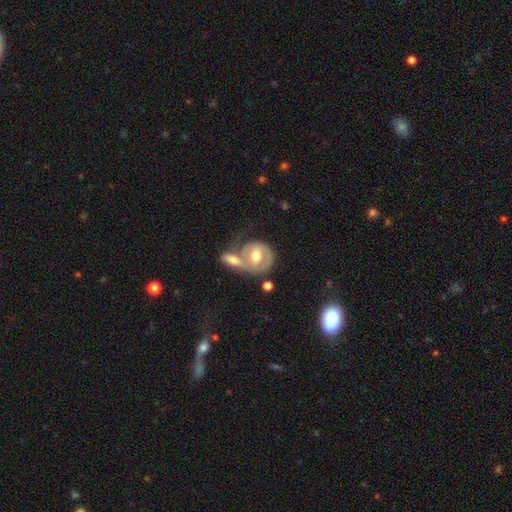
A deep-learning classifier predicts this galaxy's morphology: Smooth or featured?
  - featured or disk: 54% *
  - smooth: 40%
  - star or artifact: 6%
Edge-on disk?
  - no: 94% *
  - yes: 6%
Bar?
  - no: 50% *
  - weak: 37%
  - strong: 14%
Spiral arms?
  - yes: 53% *
  - no: 47%
Bulge size?
  - moderate: 72% *
  - large: 16%
  - small: 9%
  - none: 2%
  - dominant: 1%
Merging?
  - merger: 50% *
  - none: 30%
  - minor disturbance: 12%
  - major disturbance: 8%